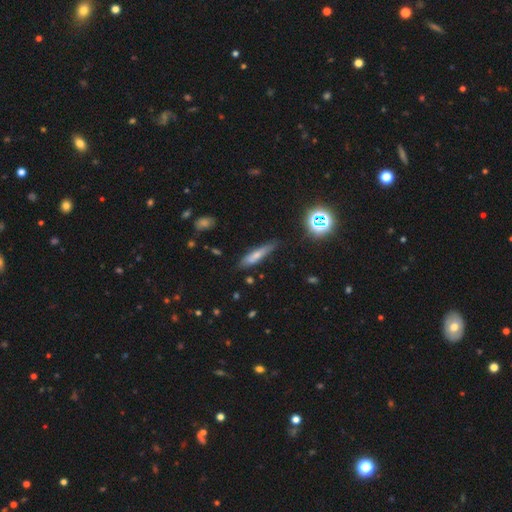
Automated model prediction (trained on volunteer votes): Smooth or featured: smooth — 61% (featured or disk — 29%)
How rounded: cigar-shaped — 80% (in between — 18%)
Merging: none — 72% (minor disturbance — 21%)